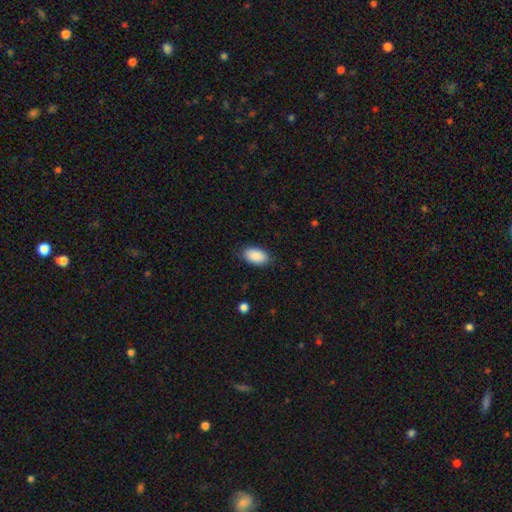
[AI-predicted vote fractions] A smooth galaxy with no disk features (91%) that is in between round and cigar-shaped (94%). Merging: none (85%).